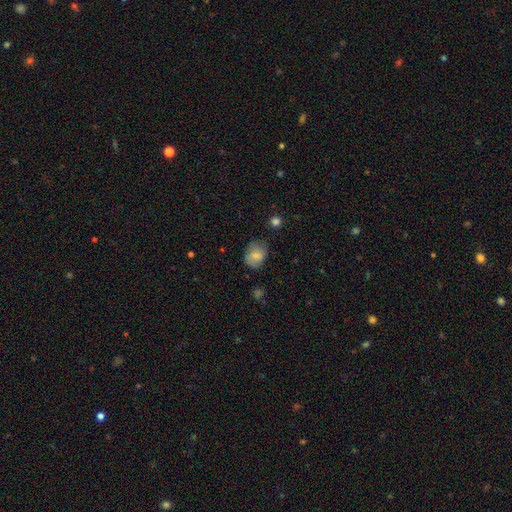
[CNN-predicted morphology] Overall: smooth (75%). How rounded: in between (54%; round 45%). Merging: none (65%; minor disturbance 26%).